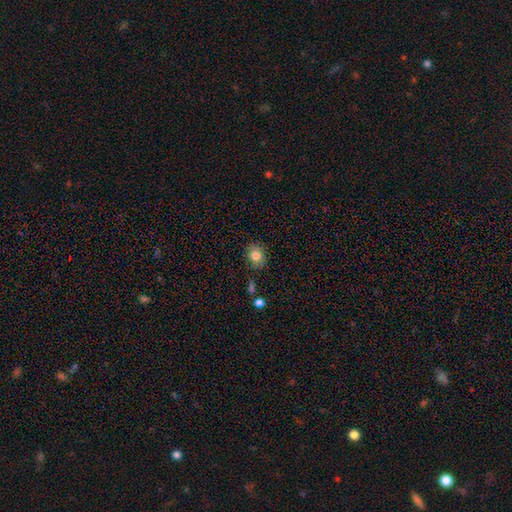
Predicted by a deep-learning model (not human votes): This appears to be a smooth galaxy with no disk features (81%) that is round (53%). Merging: none (81%).